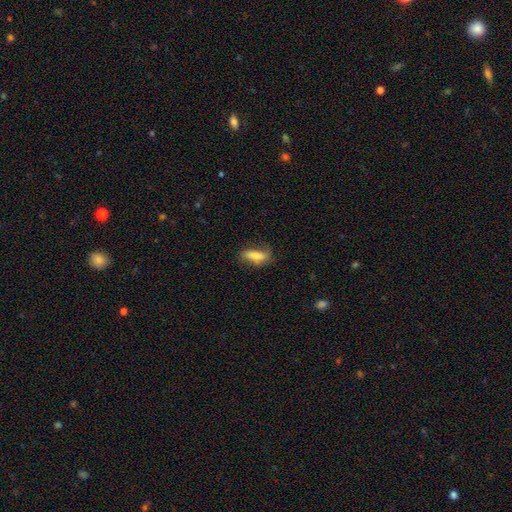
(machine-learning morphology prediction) smooth_or_featured: smooth (p=0.67) [alt: featured or disk p=0.25]
how_rounded: in between (p=0.61) [alt: cigar-shaped p=0.35]
merging: none (p=0.65) [alt: minor disturbance p=0.25]